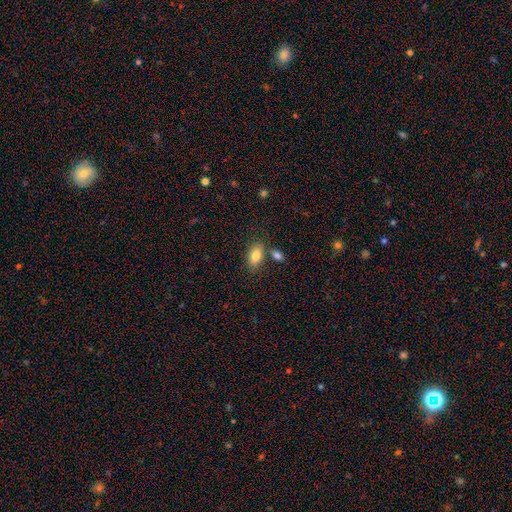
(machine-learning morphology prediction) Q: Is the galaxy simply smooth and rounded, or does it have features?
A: smooth — 83%.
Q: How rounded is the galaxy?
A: in between — 90%.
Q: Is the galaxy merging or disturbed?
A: none — 70%.